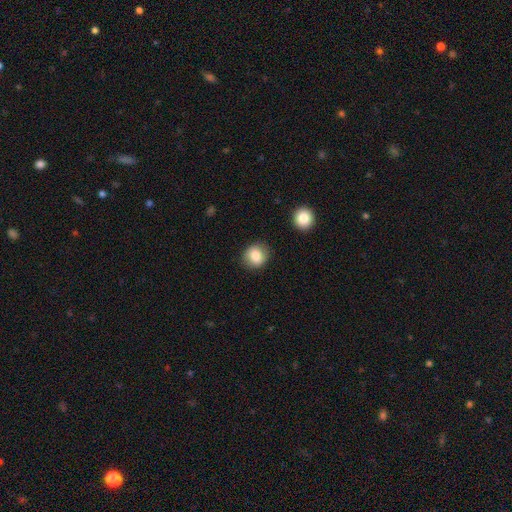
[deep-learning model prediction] A smooth galaxy with no disk features (82%) that is round (79%).

Vote fractions:
- Smooth or featured? smooth: 82% / featured or disk: 10% / star or artifact: 8%
- How rounded? round: 79% / in between: 20% / cigar-shaped: 1%
- Merging? none: 85% / minor disturbance: 11% / major disturbance: 3% / merger: 2%